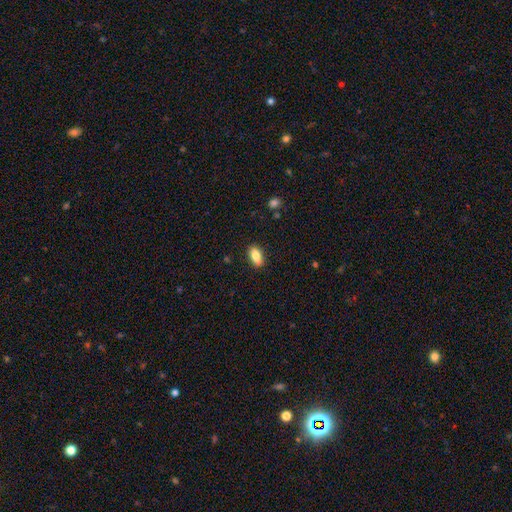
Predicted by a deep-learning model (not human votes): This is clearly a smooth galaxy (85%). How rounded: clearly in between (88%). Merging: clearly none (87%).